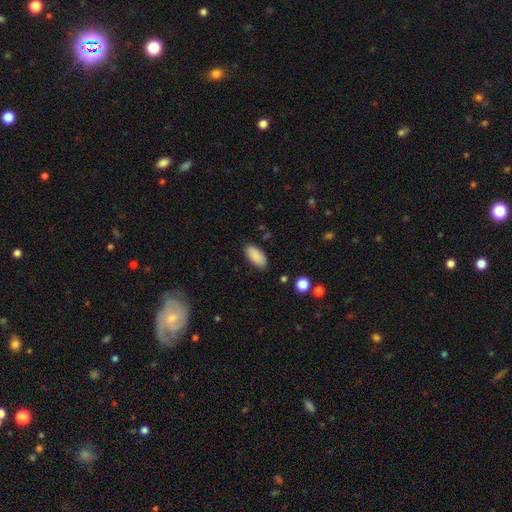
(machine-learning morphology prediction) Smooth or featured: smooth — 89% (star or artifact — 7%)
How rounded: in between — 90% (cigar-shaped — 8%)
Merging: none — 83% (minor disturbance — 12%)